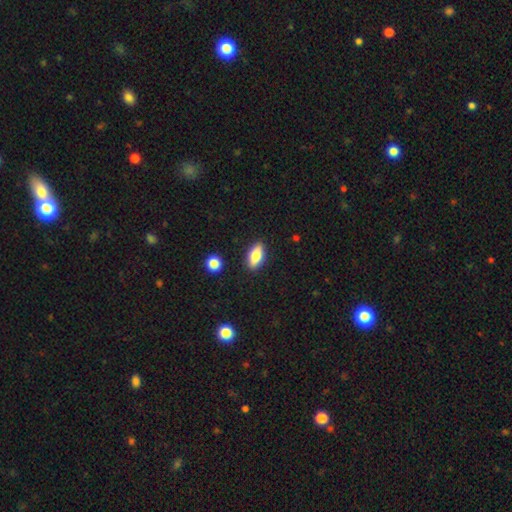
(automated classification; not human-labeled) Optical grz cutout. It shows a smooth galaxy with no disk features (72%) that is in between round and cigar-shaped (81%). Merging: none (87%).